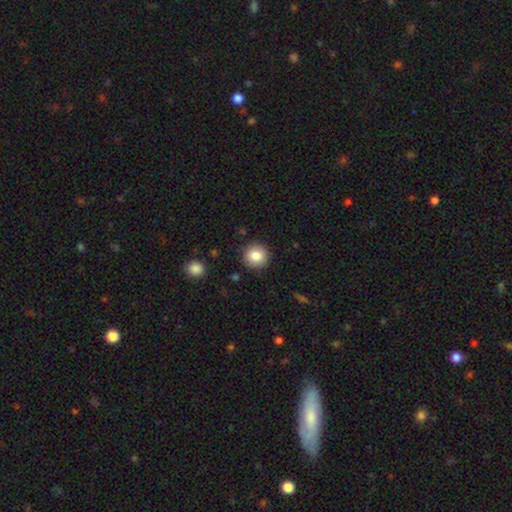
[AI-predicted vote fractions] This is clearly a smooth galaxy (83%). How rounded: clearly round (94%). Merging: clearly none (90%).